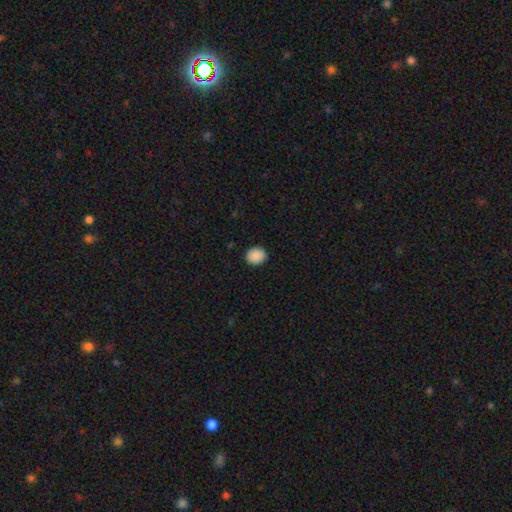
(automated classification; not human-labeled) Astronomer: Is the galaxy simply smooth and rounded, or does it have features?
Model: smooth — 90%.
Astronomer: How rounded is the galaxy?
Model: round — 66%.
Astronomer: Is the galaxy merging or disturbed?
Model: none — 91%.